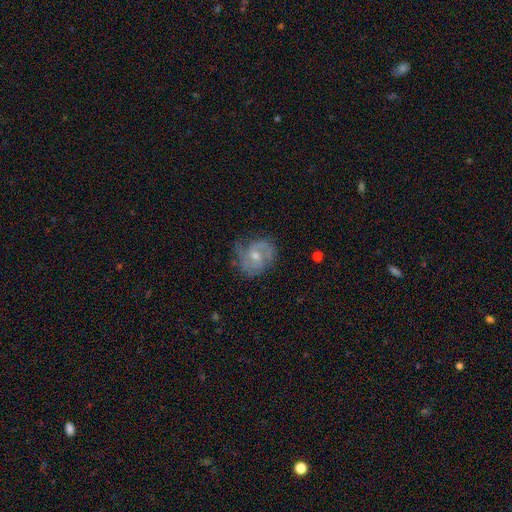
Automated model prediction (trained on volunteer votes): This appears to be a featured or disk galaxy (73%) with no bar (64%), 2 (55%) medium (46%) spiral arms (89%) and a moderate central bulge (49%). Merging: none (62%).